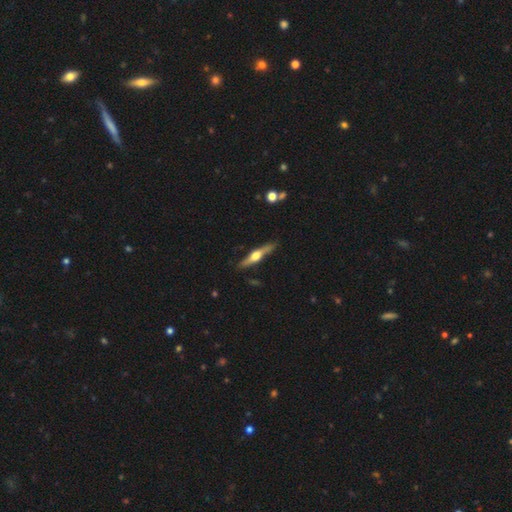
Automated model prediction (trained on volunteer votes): Q: Smooth or featured?
A: featured or disk (68%); runner-up: smooth (26%)
Q: Edge-on disk?
A: yes (96%); runner-up: no (4%)
Q: Edge-on bulge?
A: rounded (93%); runner-up: boxy (5%)
Q: Merging?
A: none (85%); runner-up: minor disturbance (11%)